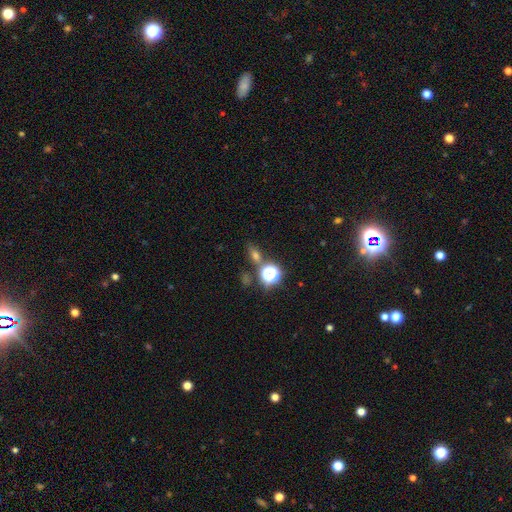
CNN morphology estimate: smooth-or-featured: smooth: 59% | star or artifact: 29% | featured or disk: 12%
  how-rounded: in between: 60% | round: 32% | cigar-shaped: 8%
  merging: none: 73% | minor disturbance: 12% | merger: 11% | major disturbance: 4%